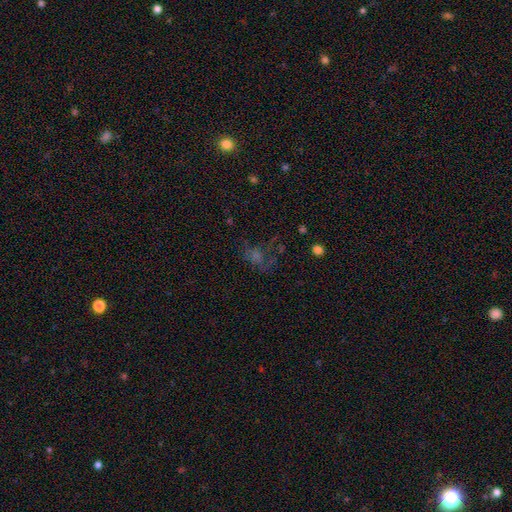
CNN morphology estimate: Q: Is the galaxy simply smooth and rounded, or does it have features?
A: star or artifact — 36%, tied with smooth.